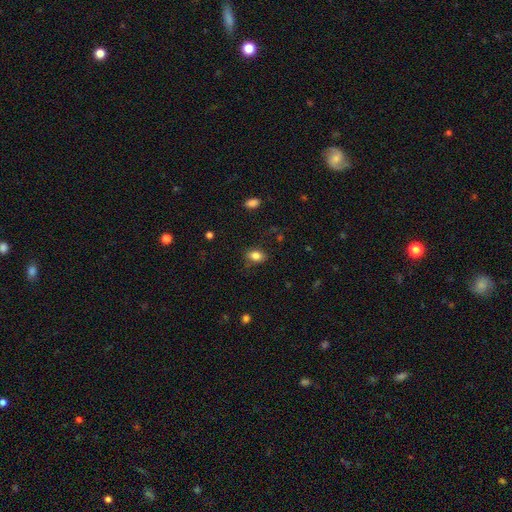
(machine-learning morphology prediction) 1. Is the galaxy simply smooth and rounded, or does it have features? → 82% smooth, 10% star or artifact, 8% featured or disk.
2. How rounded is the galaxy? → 76% in between, 22% round, 1% cigar-shaped.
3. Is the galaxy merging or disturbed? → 77% none, 17% minor disturbance, 5% major disturbance, 1% merger.